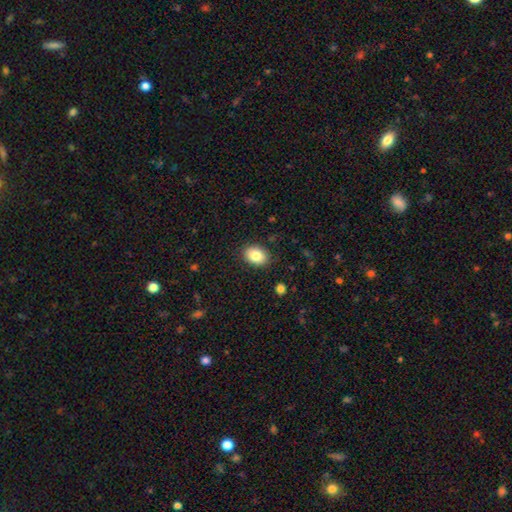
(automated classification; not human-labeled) Smooth or featured? smooth (84%)
How rounded? in between (71%)
Merging? none (88%)